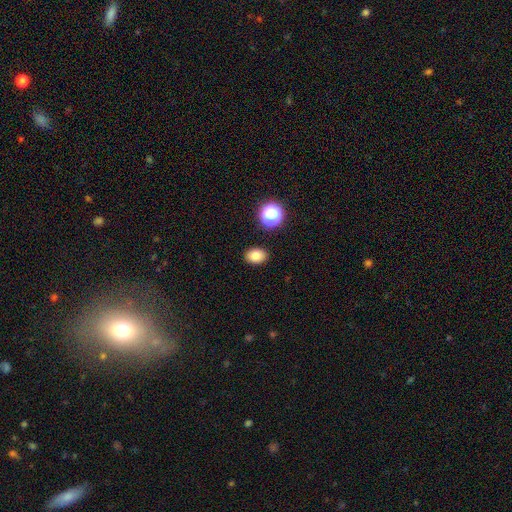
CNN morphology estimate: Smooth or featured: smooth — 81% (star or artifact — 11%)
How rounded: in between — 72% (round — 27%)
Merging: none — 88% (minor disturbance — 8%)